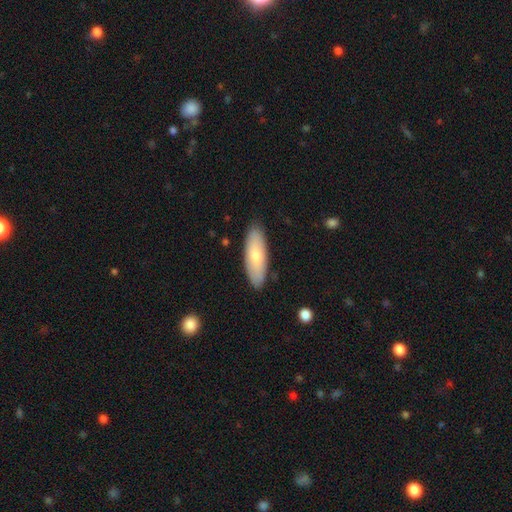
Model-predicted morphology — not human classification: smooth 69%, featured or disk 25%, star or artifact 6%. Down the decision tree: how rounded — in between (61%); merging — none (87%).